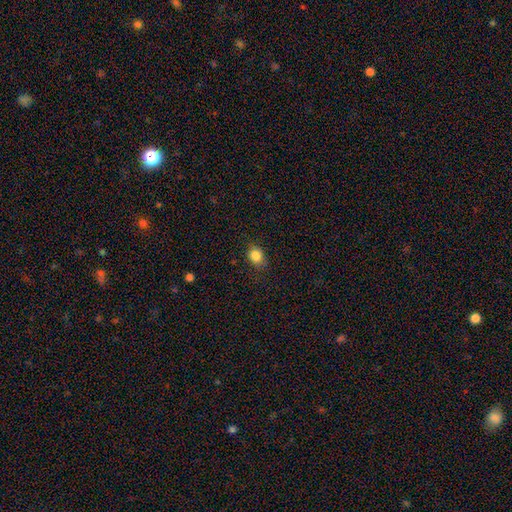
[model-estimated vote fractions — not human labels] This appears to be a smooth galaxy with no disk features (84%) that is round (55%). Merging: none (83%).